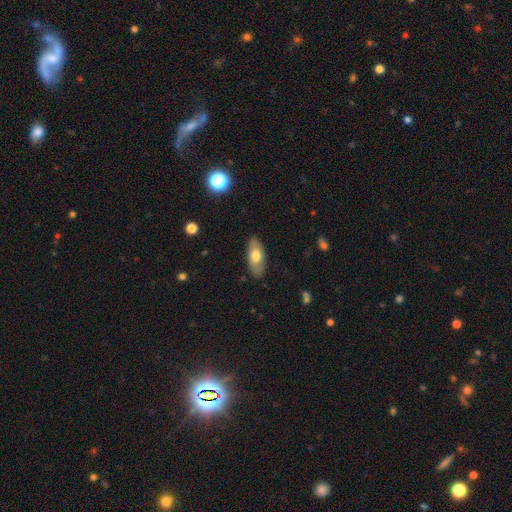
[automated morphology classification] Smooth or featured?
  - smooth: 64% *
  - featured or disk: 30%
  - star or artifact: 6%
How rounded?
  - in between: 87% *
  - cigar-shaped: 10%
  - round: 3%
Merging?
  - none: 83% *
  - minor disturbance: 13%
  - major disturbance: 3%
  - merger: 1%